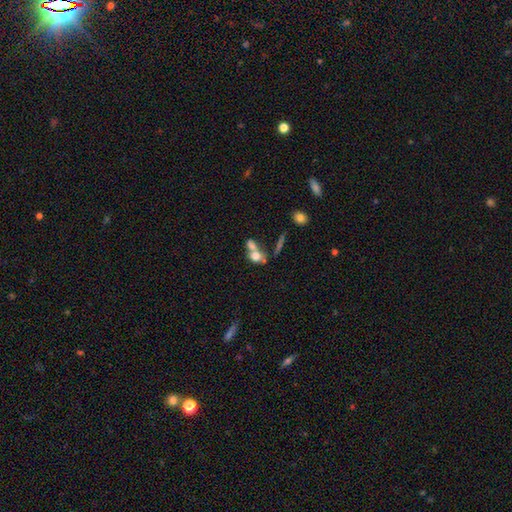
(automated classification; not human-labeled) Q: Smooth or featured?
A: smooth (67%); runner-up: featured or disk (22%)
Q: How rounded?
A: in between (54%); runner-up: round (39%)
Q: Merging?
A: merger (60%); runner-up: none (25%)